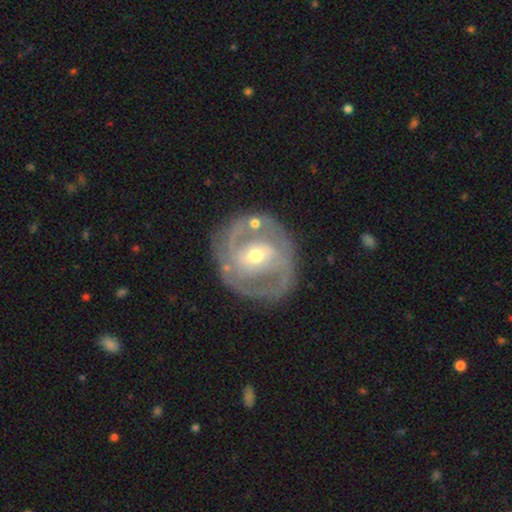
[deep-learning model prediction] Morphology: type=featured or disk (84%); edge-on=no (97%); bar=weak (41%); spiral arms=yes (85%); winding=tight (49%); arm count=2 (69%); bulge=moderate (57%); merging=none (75%).